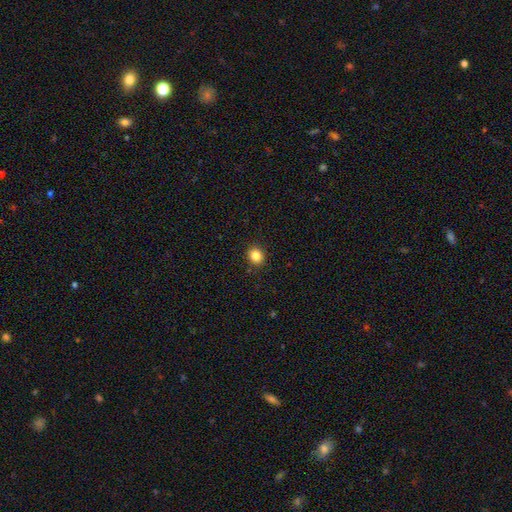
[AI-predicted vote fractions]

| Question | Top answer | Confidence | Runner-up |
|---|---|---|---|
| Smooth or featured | smooth | 84% | star or artifact (11%) |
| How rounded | round | 78% | in between (21%) |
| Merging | none | 91% | minor disturbance (6%) |